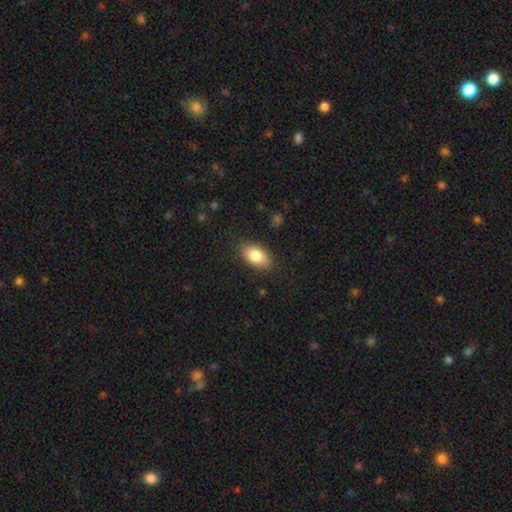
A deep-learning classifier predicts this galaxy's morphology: type=smooth (82%); roundness=in between (90%); merging=none (85%).